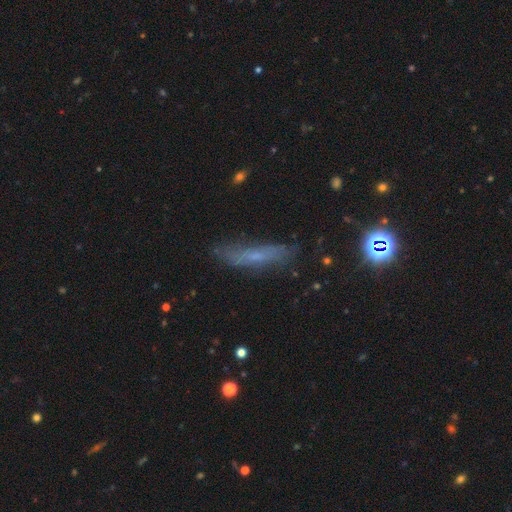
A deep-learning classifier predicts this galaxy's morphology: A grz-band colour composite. It shows a smooth galaxy with no disk features (49%). Merging: none (67%).